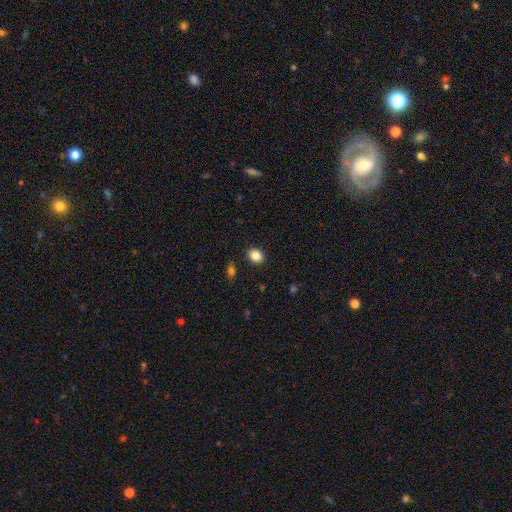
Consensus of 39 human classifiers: smooth 82%, star or artifact 10%, featured or disk 8%. Down the decision tree: how rounded — in between (56%); merging — none (94%).